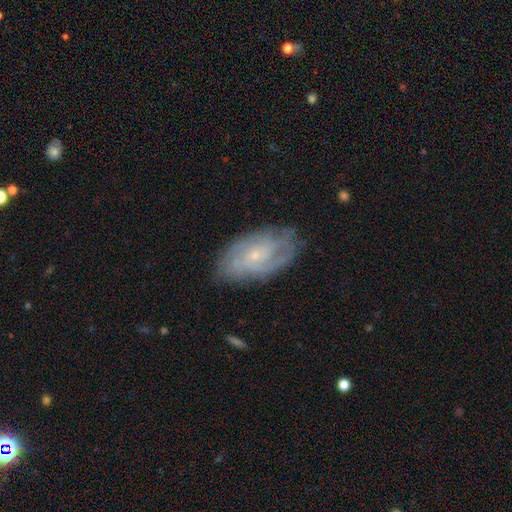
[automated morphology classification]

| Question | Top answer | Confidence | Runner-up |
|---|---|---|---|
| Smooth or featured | featured or disk | 78% | smooth (16%) |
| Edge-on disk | no | 95% | yes (5%) |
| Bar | no | 64% | weak (32%) |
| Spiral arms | yes | 92% | no (8%) |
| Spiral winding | tight | 55% | medium (35%) |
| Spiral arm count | can't tell | 38% | 2 (32%) |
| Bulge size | small | 77% | moderate (17%) |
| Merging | none | 74% | minor disturbance (19%) |